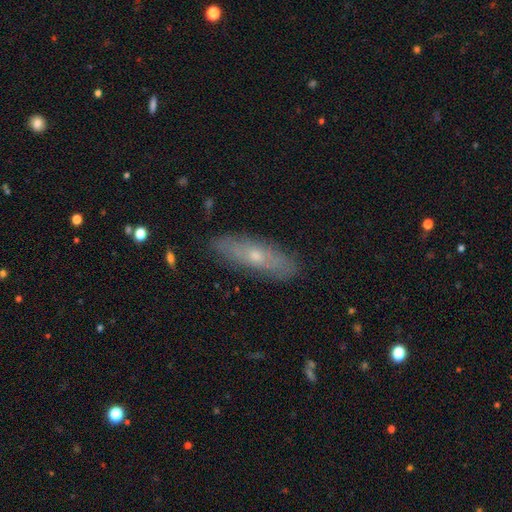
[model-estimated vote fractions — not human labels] A featured or disk galaxy (47%). Merging: none (84%).